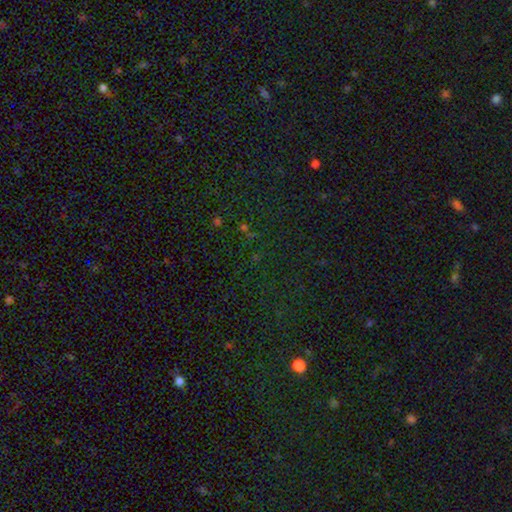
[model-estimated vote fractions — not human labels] This is likely a star or artifact rather than a galaxy (74%).